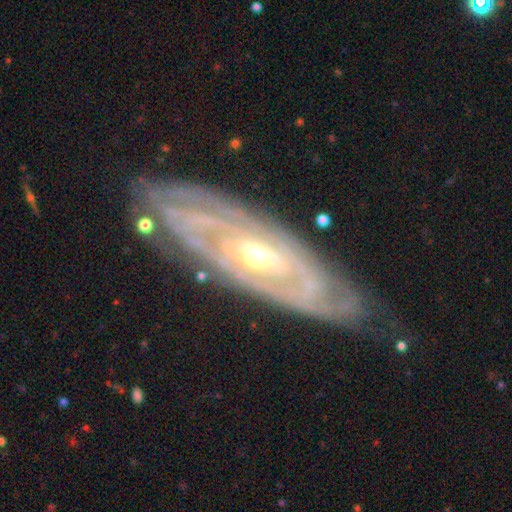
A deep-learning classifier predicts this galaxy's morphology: Smooth or featured?
  - featured or disk: 88% *
  - smooth: 7%
  - star or artifact: 5%
Edge-on disk?
  - no: 82% *
  - yes: 18%
Bar?
  - no: 45% *
  - weak: 35%
  - strong: 20%
Spiral arms?
  - yes: 94% *
  - no: 6%
Spiral winding?
  - tight: 78% *
  - medium: 18%
  - loose: 4%
Spiral arm count?
  - can't tell: 42% *
  - 2: 22%
  - 3: 14%
  - 4: 10%
  - more than 4: 7%
  - 1: 5%
Bulge size?
  - moderate: 55% *
  - small: 41%
  - large: 3%
  - none: 1%
  - dominant: 1%
Merging?
  - none: 80% *
  - minor disturbance: 15%
  - major disturbance: 4%
  - merger: 1%